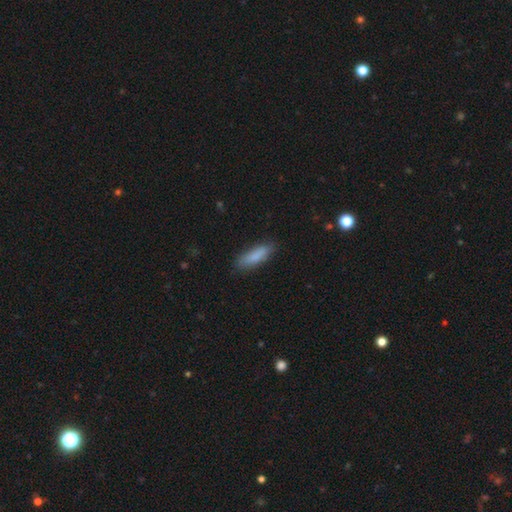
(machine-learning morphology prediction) The model was most divided on "how rounded": cigar-shaped: 56%, in between: 43%, round: 2%. More confident: smooth or featured — smooth (85%); merging — none (83%).